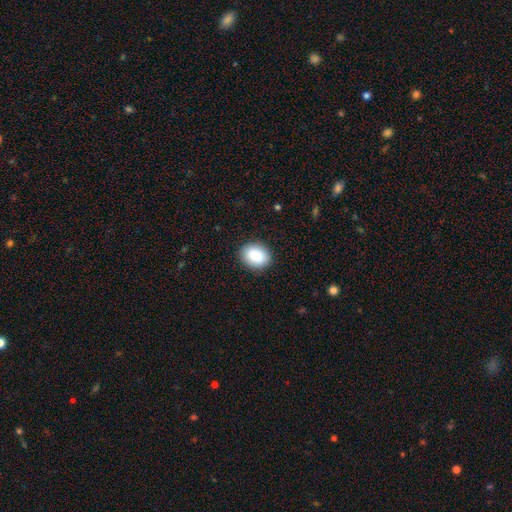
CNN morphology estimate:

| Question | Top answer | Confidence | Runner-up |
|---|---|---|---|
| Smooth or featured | smooth | 90% | star or artifact (7%) |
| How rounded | in between | 60% | round (39%) |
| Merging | none | 89% | minor disturbance (8%) |